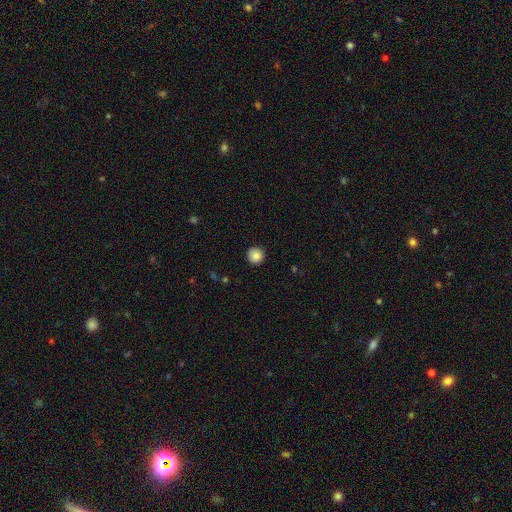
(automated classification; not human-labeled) Smooth or featured: smooth — 86% (star or artifact — 9%)
How rounded: round — 96% (in between — 3%)
Merging: none — 91% (minor disturbance — 6%)